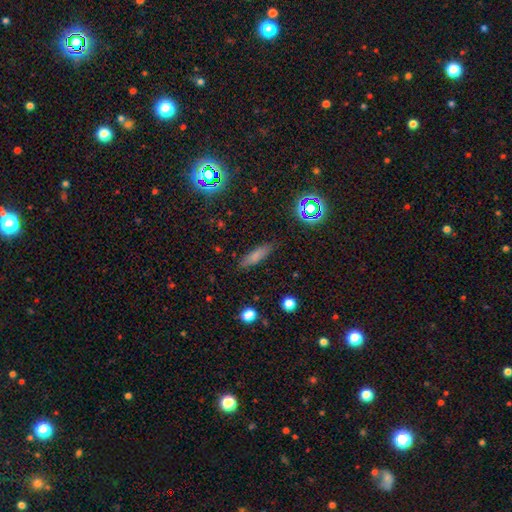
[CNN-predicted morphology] smooth 73%, featured or disk 14%, star or artifact 13%. Down the decision tree: how rounded — cigar-shaped (66%); merging — none (84%).